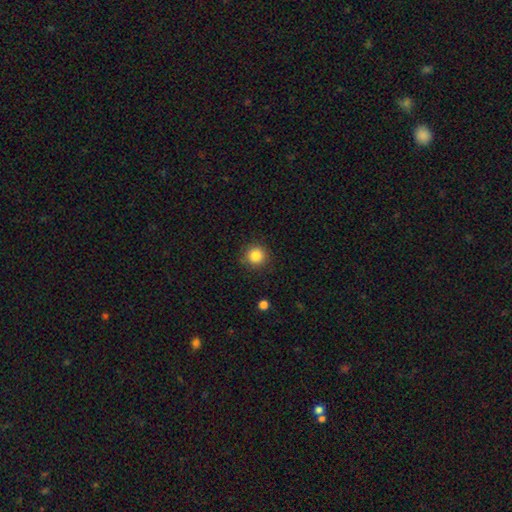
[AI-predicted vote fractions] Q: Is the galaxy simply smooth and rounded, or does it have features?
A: smooth — 85%.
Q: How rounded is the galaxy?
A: round — 94%.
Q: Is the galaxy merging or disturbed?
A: none — 89%.